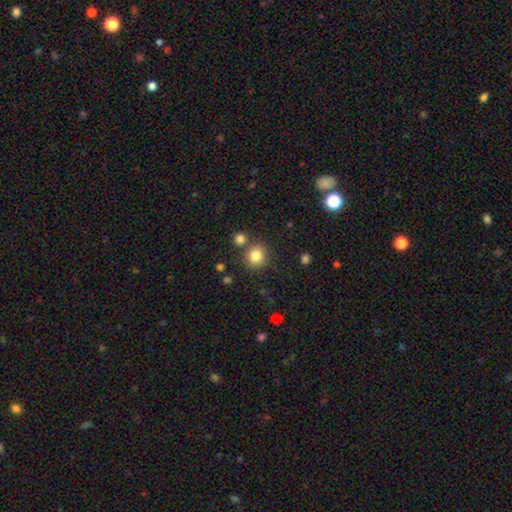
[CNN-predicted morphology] A smooth galaxy with no disk features (82%) that is round (89%).

Vote fractions:
- Smooth or featured? smooth: 82% / star or artifact: 12% / featured or disk: 6%
- How rounded? round: 89% / in between: 10% / cigar-shaped: 1%
- Merging? none: 78% / merger: 11% / minor disturbance: 8% / major disturbance: 3%